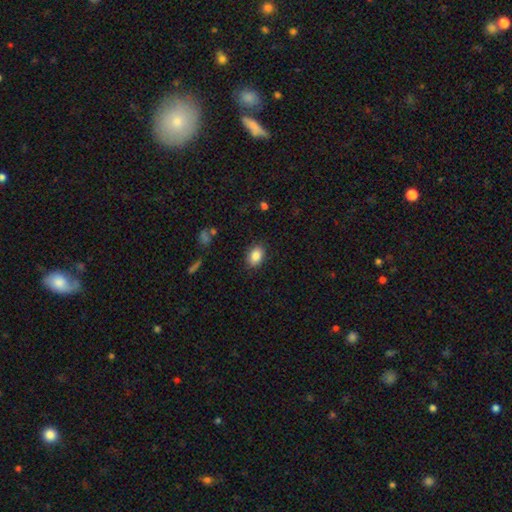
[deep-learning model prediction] smooth_or_featured: smooth (p=0.87) [alt: star or artifact p=0.08]
how_rounded: in between (p=0.81) [alt: round p=0.17]
merging: none (p=0.86) [alt: minor disturbance p=0.10]